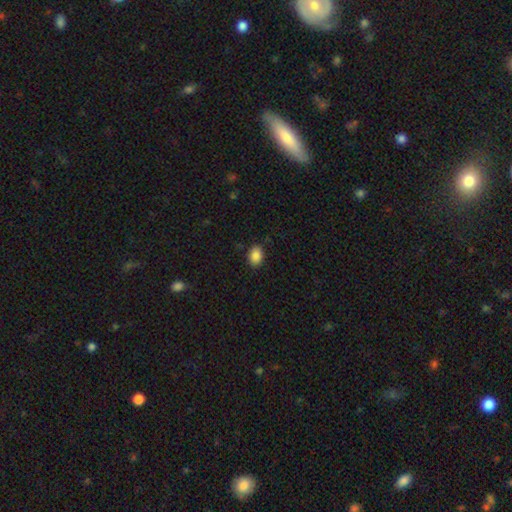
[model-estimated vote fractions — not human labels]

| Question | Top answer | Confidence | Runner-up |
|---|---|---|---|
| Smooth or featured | smooth | 88% | star or artifact (9%) |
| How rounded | in between | 76% | round (23%) |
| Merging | none | 87% | minor disturbance (10%) |